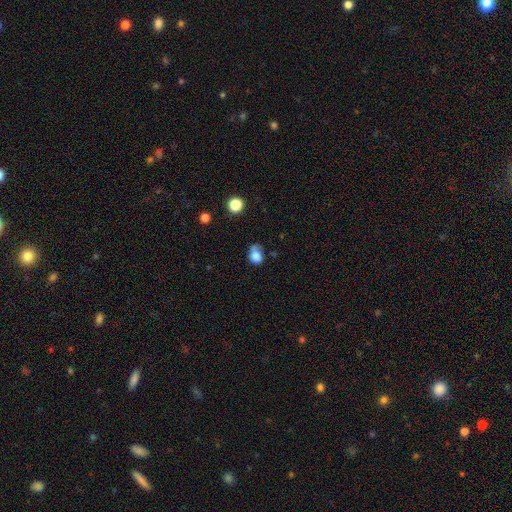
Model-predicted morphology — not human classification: A smooth galaxy with no disk features (78%) that is in between round and cigar-shaped (54%).

Vote fractions:
- Smooth or featured? smooth: 78% / star or artifact: 11% / featured or disk: 11%
- How rounded? in between: 54% / round: 45% / cigar-shaped: 1%
- Merging? none: 36% (tied) / minor disturbance: 36% (tied) / major disturbance: 19% / merger: 9%